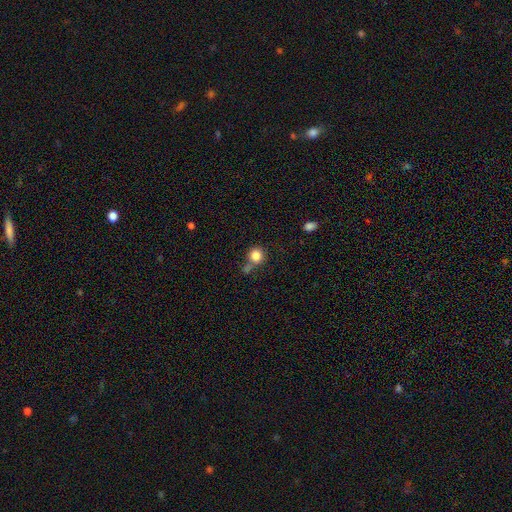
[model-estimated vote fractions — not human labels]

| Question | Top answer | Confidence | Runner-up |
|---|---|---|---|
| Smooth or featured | smooth | 84% | star or artifact (10%) |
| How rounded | round | 90% | in between (9%) |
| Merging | none | 62% | merger (21%) |